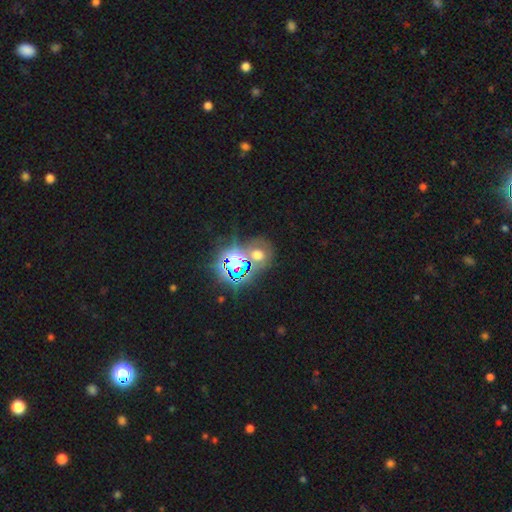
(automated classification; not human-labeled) Smooth or featured?
  - star or artifact: 65% *
  - smooth: 23%
  - featured or disk: 12%